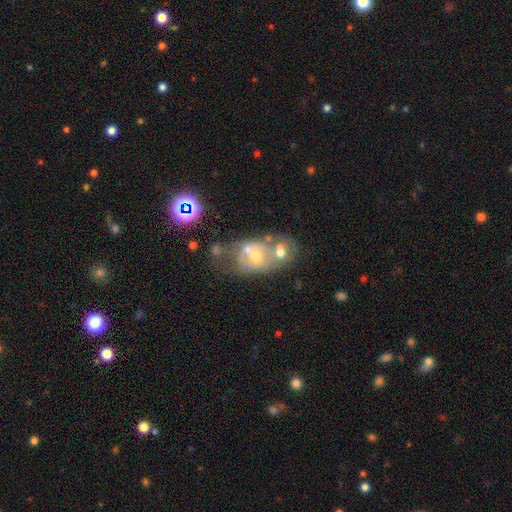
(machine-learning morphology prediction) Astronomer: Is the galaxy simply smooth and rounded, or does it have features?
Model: featured or disk — 54% (runner-up: smooth, 33%).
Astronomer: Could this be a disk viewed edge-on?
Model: no — 95%.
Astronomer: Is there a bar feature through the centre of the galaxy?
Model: no — 86%.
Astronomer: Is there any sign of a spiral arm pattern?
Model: no — 84%.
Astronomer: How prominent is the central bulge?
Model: moderate — 59%.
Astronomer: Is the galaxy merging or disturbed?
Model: merger — 41% (runner-up: none, 28%).